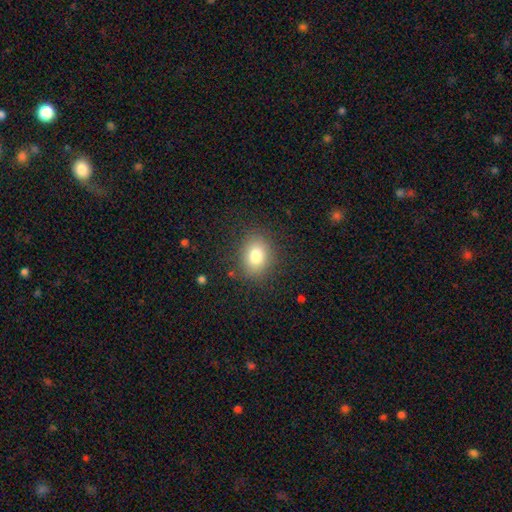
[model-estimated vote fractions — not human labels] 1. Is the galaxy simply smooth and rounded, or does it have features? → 79% smooth, 11% star or artifact, 10% featured or disk.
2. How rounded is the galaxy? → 52% in between, 47% round, 1% cigar-shaped.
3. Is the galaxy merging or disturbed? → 85% none, 10% minor disturbance, 4% major disturbance, 1% merger.